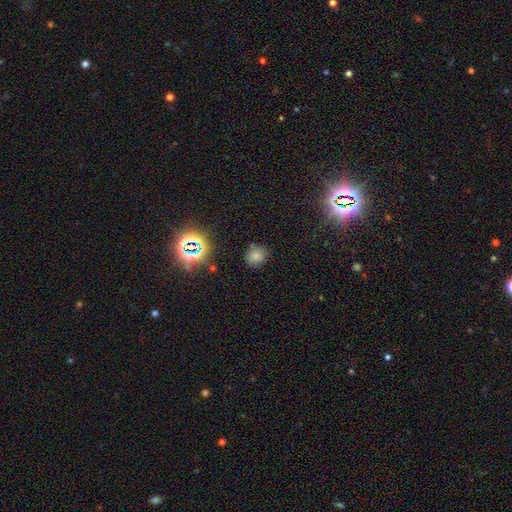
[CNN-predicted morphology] A smooth galaxy with no disk features (71%) that is round (86%).

Vote fractions:
- Smooth or featured? smooth: 71% / star or artifact: 22% / featured or disk: 7%
- How rounded? round: 86% / in between: 13% / cigar-shaped: 1%
- Merging? none: 81% / minor disturbance: 12% / major disturbance: 4% / merger: 3%